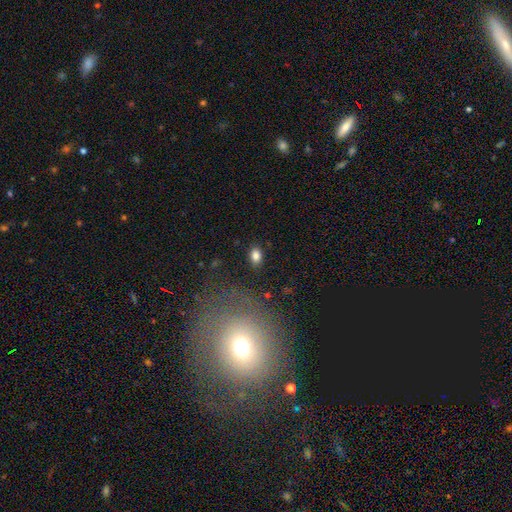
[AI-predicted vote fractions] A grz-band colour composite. It shows a smooth galaxy with no disk features (83%) that is in between round and cigar-shaped (82%). Merging: none (86%).